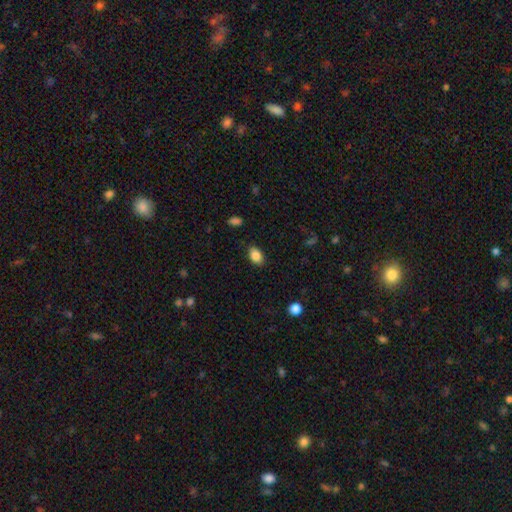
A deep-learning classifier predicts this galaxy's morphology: smooth_or_featured: smooth (p=0.87) [alt: star or artifact p=0.08]
how_rounded: in between (p=0.86) [alt: round p=0.13]
merging: none (p=0.86) [alt: minor disturbance p=0.10]